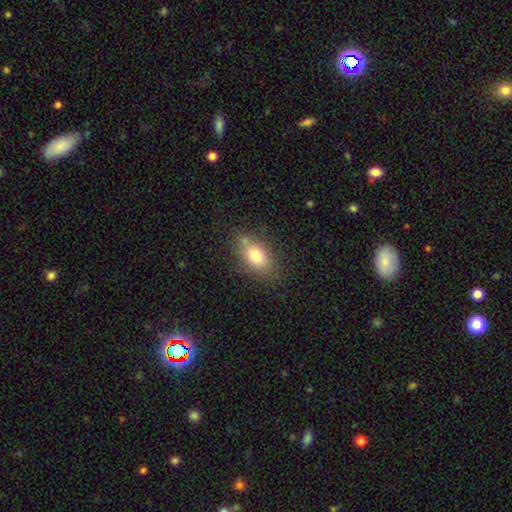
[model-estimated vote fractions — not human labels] A smooth galaxy with no disk features (76%) that is in between round and cigar-shaped (83%).

Vote fractions:
- Smooth or featured? smooth: 76% / featured or disk: 15% / star or artifact: 10%
- How rounded? in between: 83% / round: 13% / cigar-shaped: 4%
- Merging? none: 71% / minor disturbance: 18% / merger: 6% / major disturbance: 5%